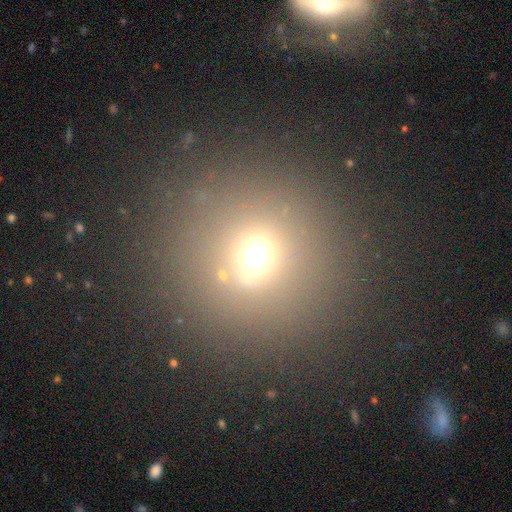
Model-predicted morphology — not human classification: type=smooth (63%); roundness=round (92%); merging=none (84%).